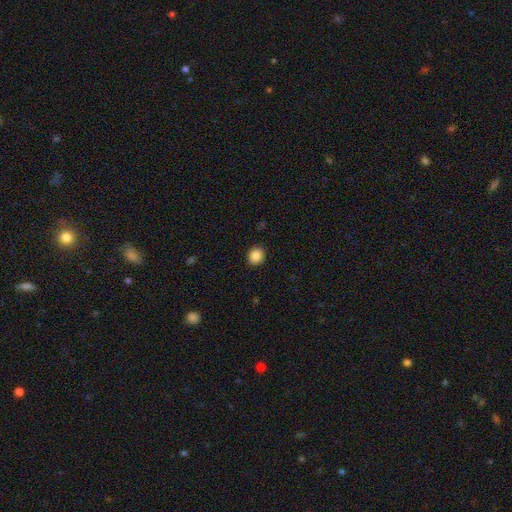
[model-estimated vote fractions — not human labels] This appears to be a smooth galaxy with no disk features (87%) that is round (76%). Merging: none (91%).